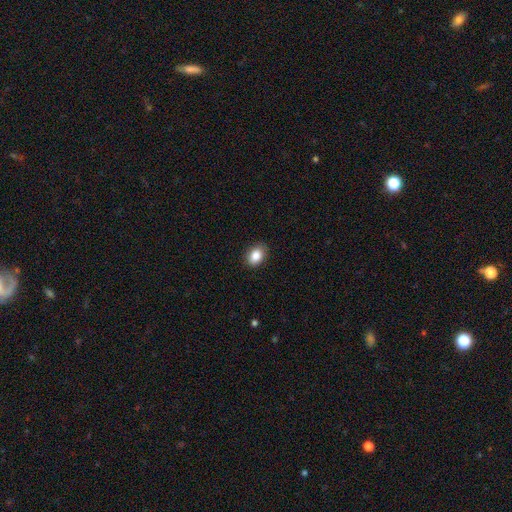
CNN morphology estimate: smooth-or-featured: smooth: 87% | star or artifact: 8% | featured or disk: 5%
  how-rounded: in between: 76% | round: 23% | cigar-shaped: 1%
  merging: none: 86% | minor disturbance: 11% | major disturbance: 2% | merger: 1%